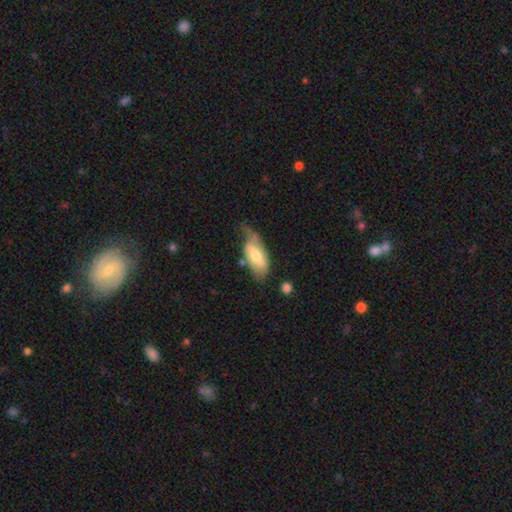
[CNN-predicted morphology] Q: Smooth or featured?
A: smooth (54%); runner-up: featured or disk (41%)
Q: How rounded?
A: in between (88%); runner-up: cigar-shaped (10%)
Q: Merging?
A: minor disturbance (35%); runner-up: none (33%)